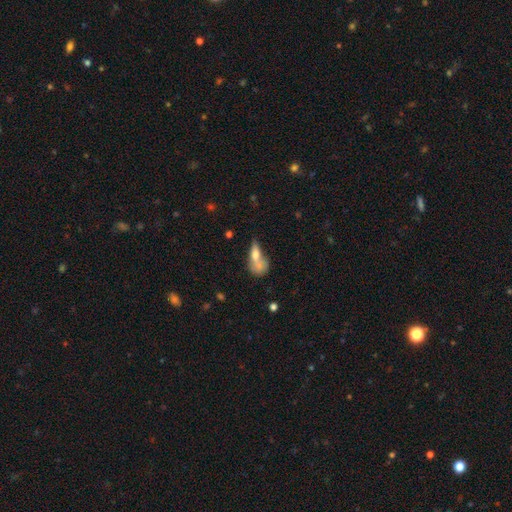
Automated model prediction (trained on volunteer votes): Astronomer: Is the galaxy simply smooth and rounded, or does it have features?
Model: smooth — 62%.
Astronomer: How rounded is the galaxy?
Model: in between — 59%.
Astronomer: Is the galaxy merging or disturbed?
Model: merger — 48% (runner-up: none, 29%).